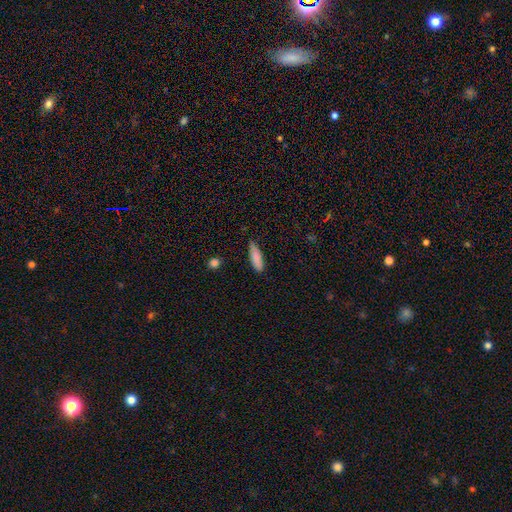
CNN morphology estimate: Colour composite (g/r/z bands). It shows a smooth galaxy with no disk features (84%) that is cigar-shaped (53%). Merging: none (80%).